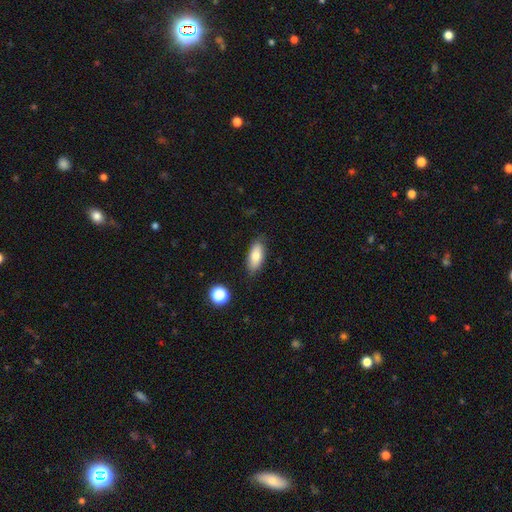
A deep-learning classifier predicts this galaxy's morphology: Q: Smooth or featured?
A: smooth (80%); runner-up: featured or disk (12%)
Q: How rounded?
A: in between (81%); runner-up: cigar-shaped (16%)
Q: Merging?
A: none (82%); runner-up: minor disturbance (13%)